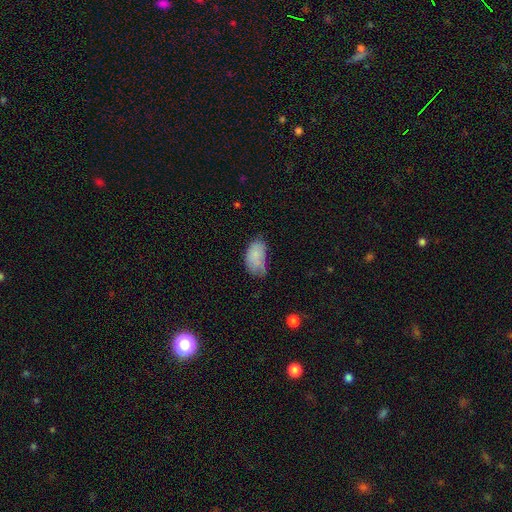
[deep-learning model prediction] Smooth or featured? Predicted: smooth (p=0.80). How rounded? Predicted: in between (p=0.93). Merging? Predicted: minor disturbance (p=0.41).